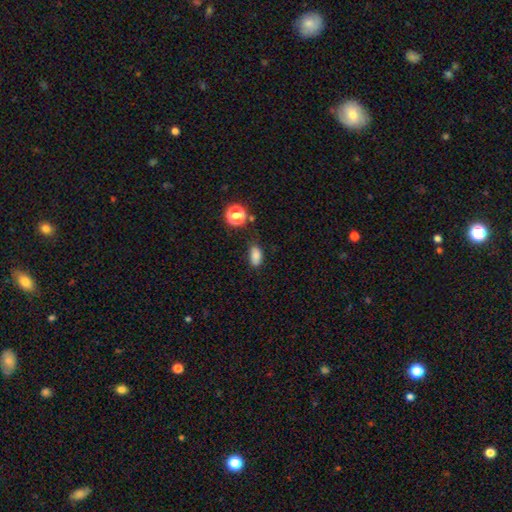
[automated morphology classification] smooth 84%, star or artifact 11%, featured or disk 5%. Down the decision tree: how rounded — in between (87%); merging — none (74%).